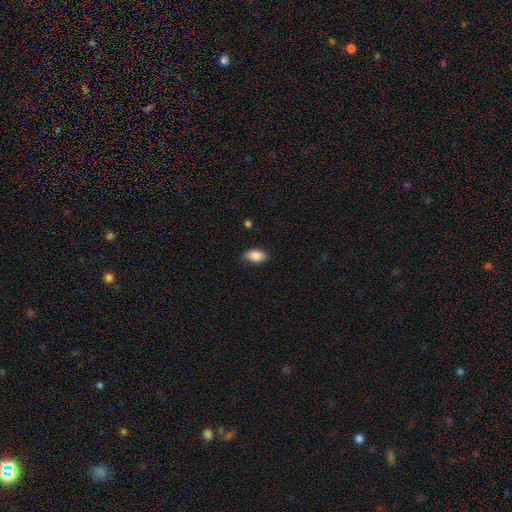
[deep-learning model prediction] This appears to be a smooth galaxy with no disk features (88%) that is in between round and cigar-shaped (92%). Merging: none (84%).